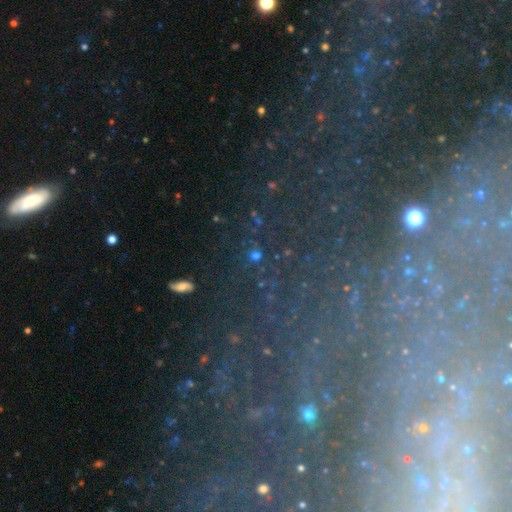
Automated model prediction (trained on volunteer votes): star or artifact 56%, smooth 25%, featured or disk 19%.